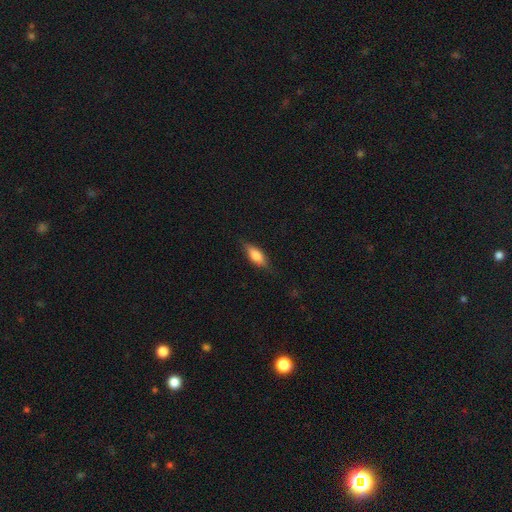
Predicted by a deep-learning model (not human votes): Morphology: type=smooth (68%); roundness=in between (65%); merging=none (80%).